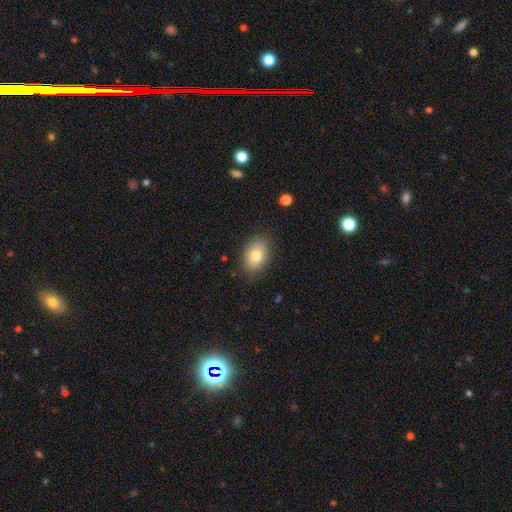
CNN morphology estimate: Smooth or featured?
  - smooth: 79% *
  - featured or disk: 13%
  - star or artifact: 8%
How rounded?
  - in between: 81% *
  - round: 18%
  - cigar-shaped: 1%
Merging?
  - none: 82% *
  - minor disturbance: 14%
  - major disturbance: 3%
  - merger: 1%